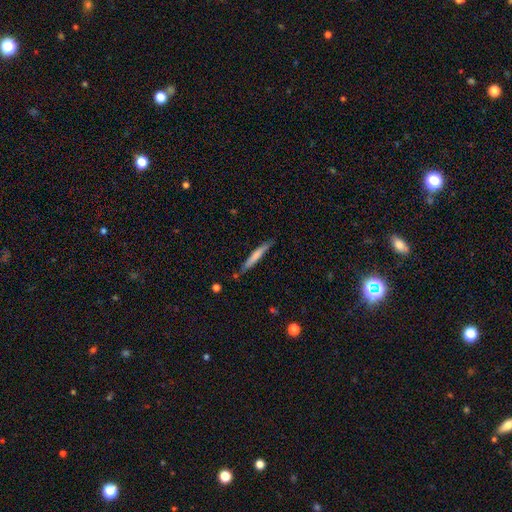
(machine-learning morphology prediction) smooth_or_featured: smooth (p=0.63) [alt: featured or disk p=0.31]
how_rounded: cigar-shaped (p=0.94) [alt: in between p=0.04]
merging: none (p=0.78) [alt: minor disturbance p=0.17]